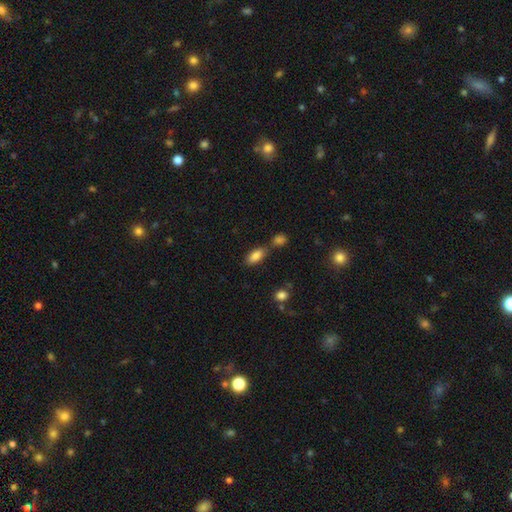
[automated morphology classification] This is clearly a smooth galaxy (84%). How rounded: clearly in between (88%). Merging: possibly none (60%).